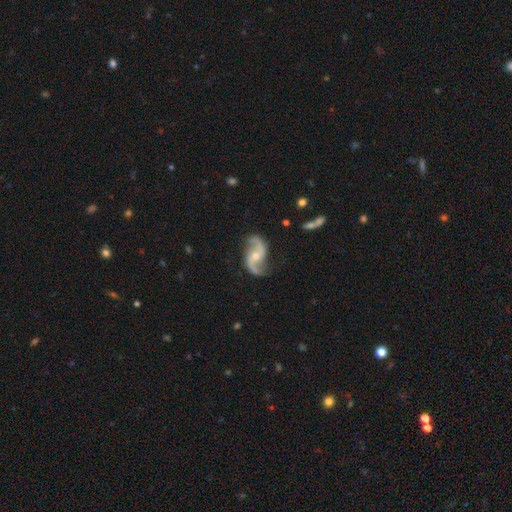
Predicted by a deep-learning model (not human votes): smooth_or_featured: featured or disk (p=0.92) [alt: smooth p=0.04]
disk_edge_on: no (p=0.98) [alt: yes p=0.02]
bar: no (p=0.52) [alt: weak p=0.38]
has_spiral_arms: yes (p=0.98) [alt: no p=0.02]
spiral_winding: loose (p=0.68) [alt: medium p=0.27]
spiral_arm_count: 2 (p=0.94) [alt: can't tell p=0.01]
bulge_size: moderate (p=0.51) [alt: small p=0.40]
merging: none (p=0.80) [alt: minor disturbance p=0.13]